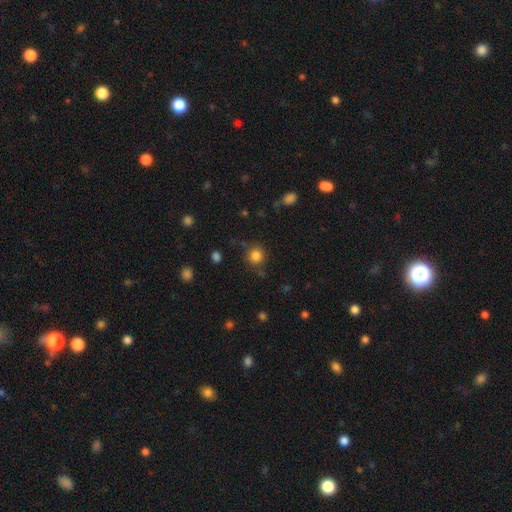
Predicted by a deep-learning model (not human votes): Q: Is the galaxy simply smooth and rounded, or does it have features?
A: smooth — 83%.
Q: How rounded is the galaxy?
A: round — 91%.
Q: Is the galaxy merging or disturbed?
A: none — 81%.